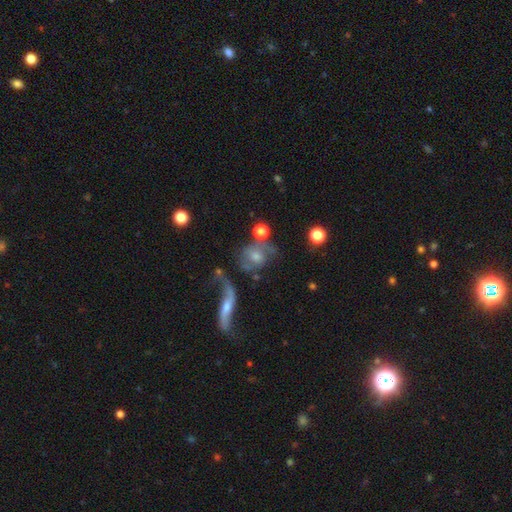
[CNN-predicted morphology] smooth_or_featured: featured or disk (p=0.50) [alt: smooth p=0.39]
merging: none (p=0.39) [alt: major disturbance p=0.22]